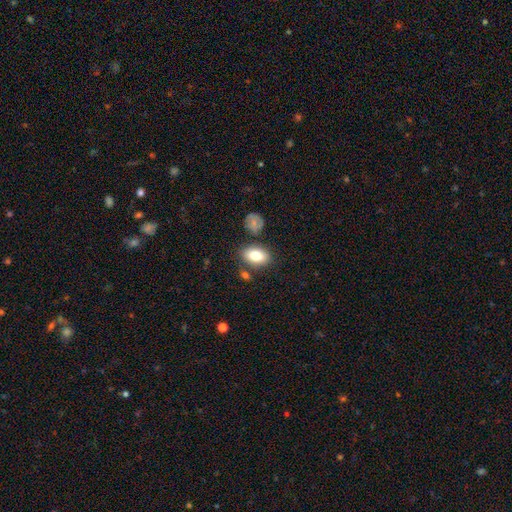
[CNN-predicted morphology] A smooth galaxy with no disk features (83%) that is in between round and cigar-shaped (89%).

Vote fractions:
- Smooth or featured? smooth: 83% / featured or disk: 10% / star or artifact: 8%
- How rounded? in between: 89% / round: 9% / cigar-shaped: 2%
- Merging? none: 74% / minor disturbance: 14% / merger: 8% / major disturbance: 4%